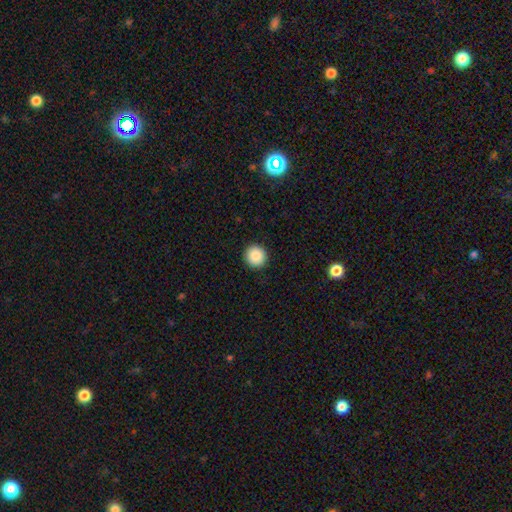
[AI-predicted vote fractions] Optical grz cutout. It shows a smooth galaxy with no disk features (89%) that is round (95%). Merging: none (93%).